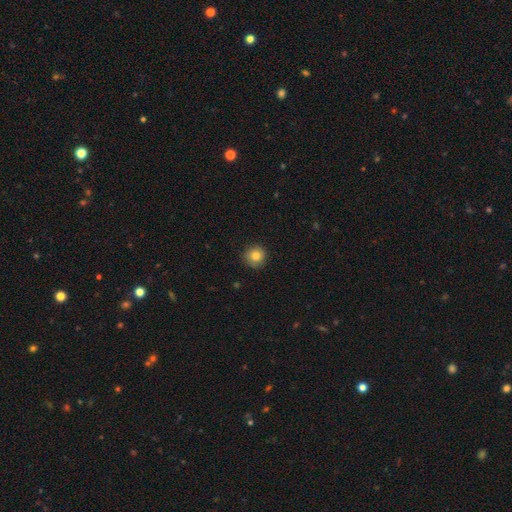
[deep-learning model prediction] smooth-or-featured: smooth: 82% | star or artifact: 10% | featured or disk: 8%
  how-rounded: round: 94% | in between: 5% | cigar-shaped: 1%
  merging: none: 88% | minor disturbance: 9% | major disturbance: 2% | merger: 1%